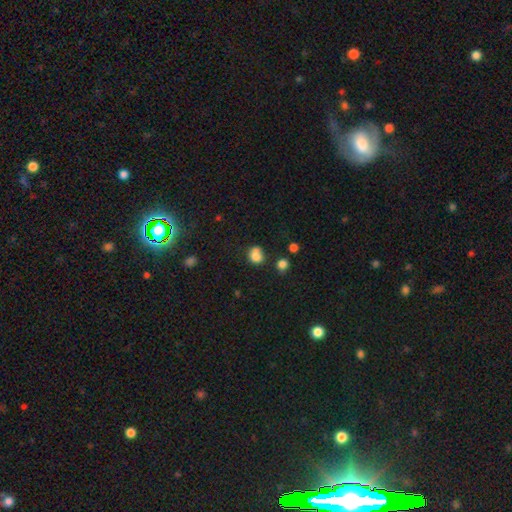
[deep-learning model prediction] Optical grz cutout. It shows a smooth galaxy with no disk features (78%) that is round (65%). Merging: none (41%).